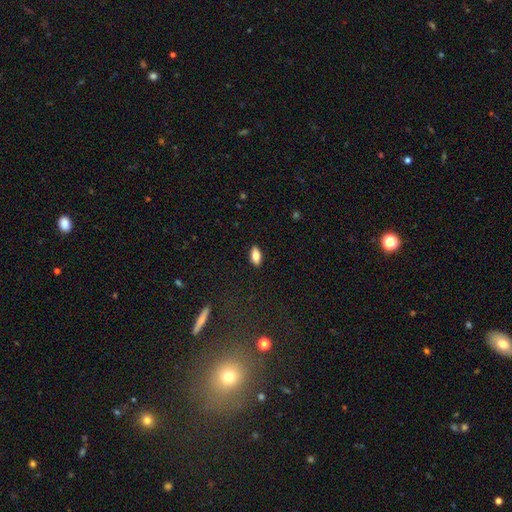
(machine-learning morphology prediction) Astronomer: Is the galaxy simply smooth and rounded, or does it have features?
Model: smooth — 78%.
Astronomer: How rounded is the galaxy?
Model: in between — 88%.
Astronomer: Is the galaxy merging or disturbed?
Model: none — 89%.